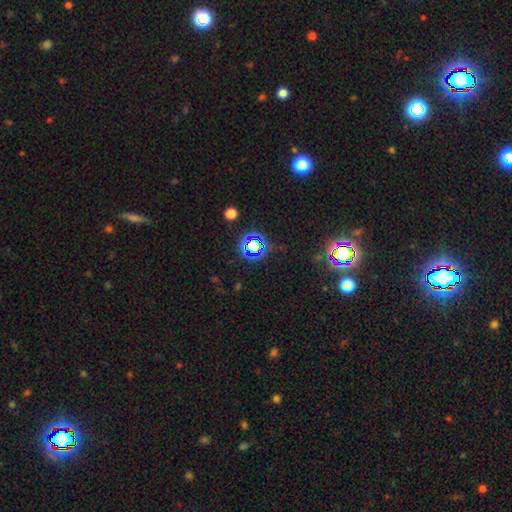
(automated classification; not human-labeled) Overall: star or artifact (70%).